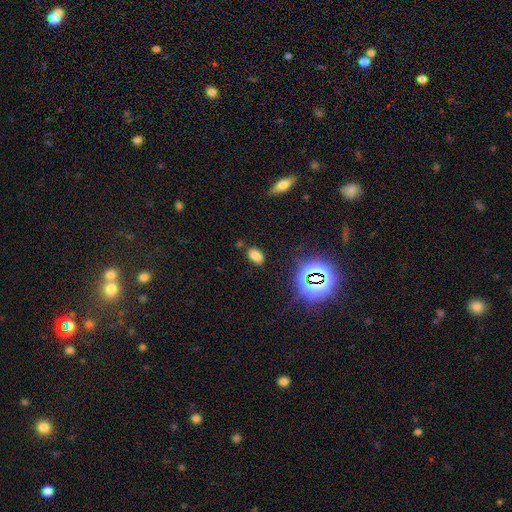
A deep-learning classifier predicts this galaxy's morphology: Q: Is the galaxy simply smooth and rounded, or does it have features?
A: smooth — 72%.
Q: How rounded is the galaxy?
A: in between — 91%.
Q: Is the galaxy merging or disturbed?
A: none — 81%.